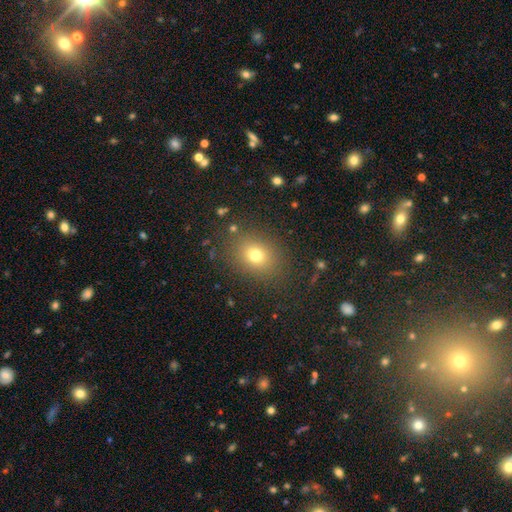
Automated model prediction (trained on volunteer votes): A smooth galaxy with no disk features (73%) that is in between round and cigar-shaped (51%). Merging: none (85%).